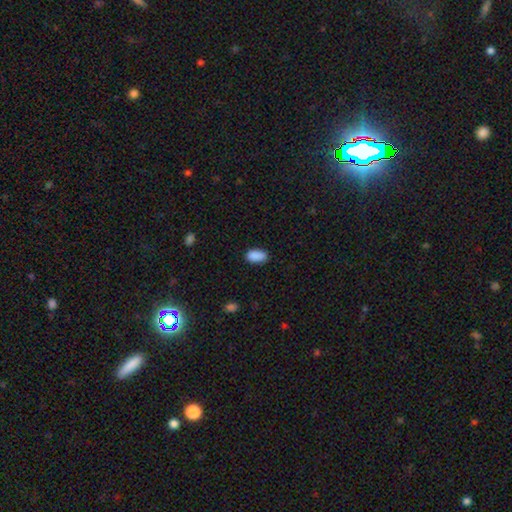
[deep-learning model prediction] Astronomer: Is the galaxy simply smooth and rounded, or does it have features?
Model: smooth — 89%.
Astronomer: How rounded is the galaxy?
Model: in between — 93%.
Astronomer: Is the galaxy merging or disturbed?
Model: none — 83%.